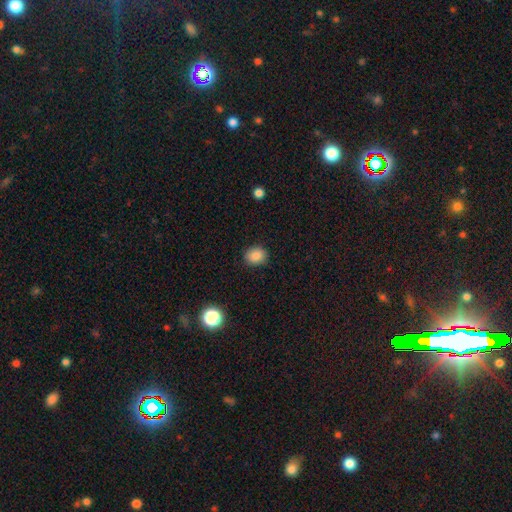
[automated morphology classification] type=smooth (86%); roundness=round (61%); merging=none (88%).